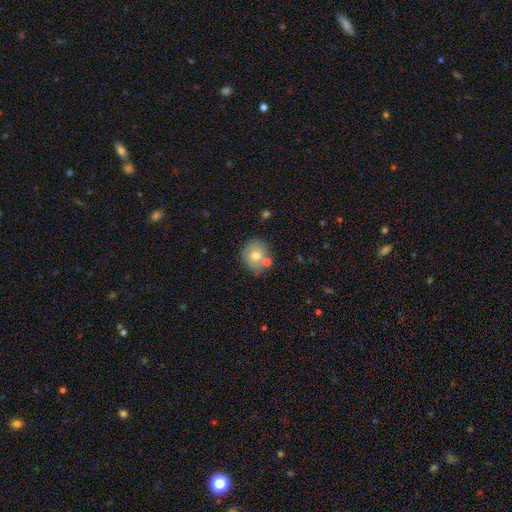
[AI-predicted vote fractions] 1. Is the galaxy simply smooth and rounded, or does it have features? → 64% smooth, 27% featured or disk, 9% star or artifact.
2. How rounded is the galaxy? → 73% round, 26% in between, 1% cigar-shaped.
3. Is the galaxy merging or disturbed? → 61% none, 17% minor disturbance, 17% merger, 4% major disturbance.